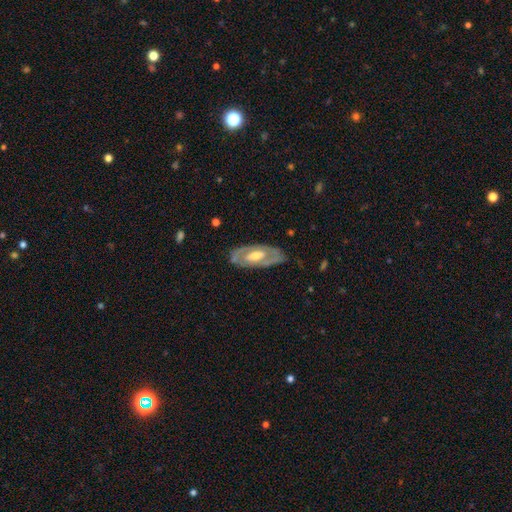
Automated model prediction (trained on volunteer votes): Q: Smooth or featured?
A: featured or disk (72%); runner-up: smooth (23%)
Q: Edge-on disk?
A: no (87%); runner-up: yes (13%)
Q: Bar?
A: no (47%); runner-up: weak (36%)
Q: Spiral arms?
A: no (52%); runner-up: yes (48%)
Q: Bulge size?
A: moderate (60%); runner-up: large (20%)
Q: Merging?
A: none (80%); runner-up: minor disturbance (14%)